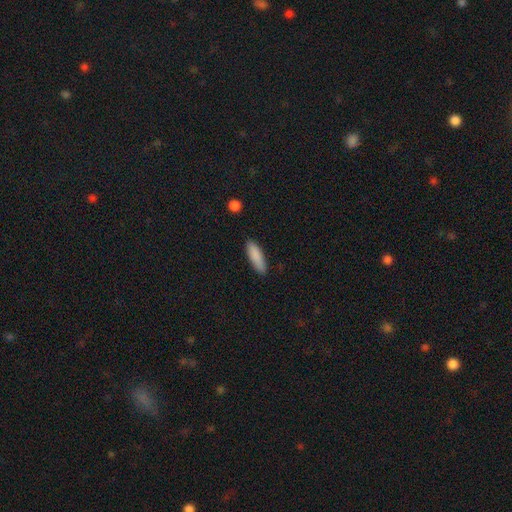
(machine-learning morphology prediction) The model was most divided on "how rounded" (2-way tie): in between: 49%, cigar-shaped: 49%, round: 2%. More confident: smooth or featured — smooth (88%); merging — none (86%).